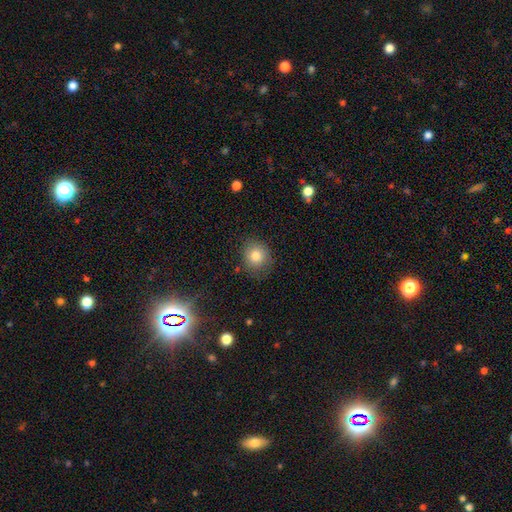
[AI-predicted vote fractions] smooth 80%, star or artifact 11%, featured or disk 10%. Down the decision tree: how rounded — round (81%); merging — none (79%).